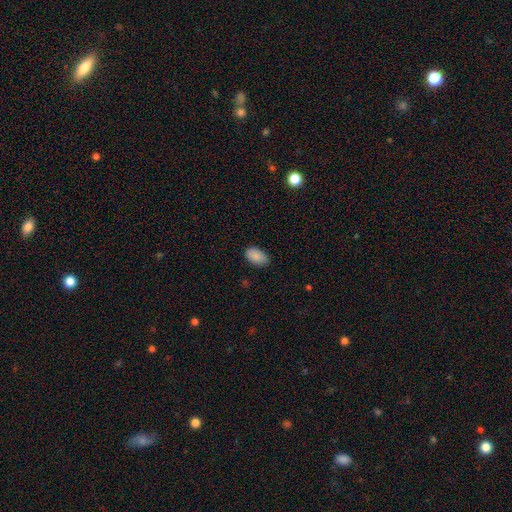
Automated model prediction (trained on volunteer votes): Q: Smooth or featured?
A: smooth (87%); runner-up: star or artifact (7%)
Q: How rounded?
A: in between (93%); runner-up: round (5%)
Q: Merging?
A: none (79%); runner-up: minor disturbance (17%)